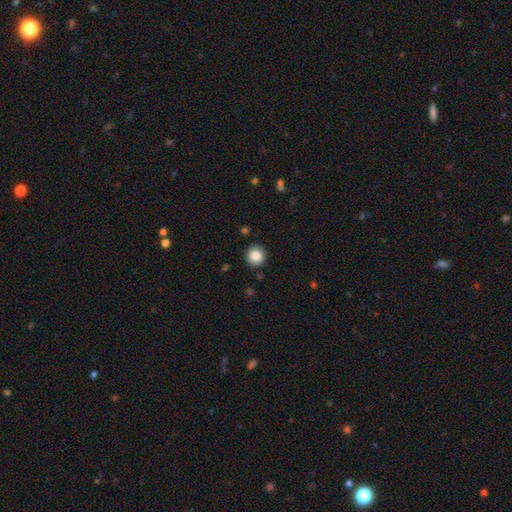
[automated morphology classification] Smooth or featured?
  - smooth: 85% *
  - star or artifact: 10%
  - featured or disk: 5%
How rounded?
  - round: 93% *
  - in between: 6%
  - cigar-shaped: 1%
Merging?
  - none: 91% *
  - minor disturbance: 6%
  - major disturbance: 2%
  - merger: 1%